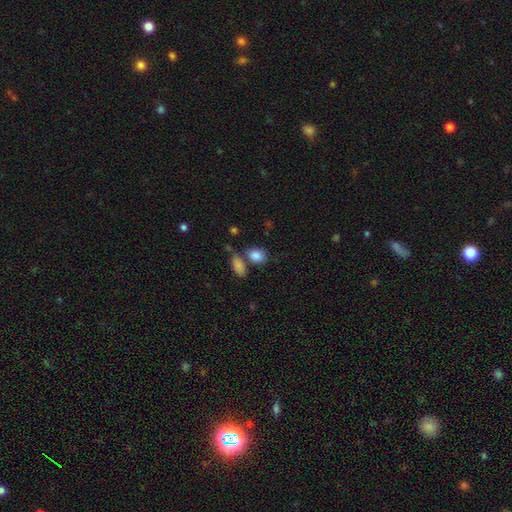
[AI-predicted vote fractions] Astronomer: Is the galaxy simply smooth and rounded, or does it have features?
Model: smooth — 86%.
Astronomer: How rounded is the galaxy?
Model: in between — 73%.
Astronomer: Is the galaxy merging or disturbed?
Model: none — 58%.